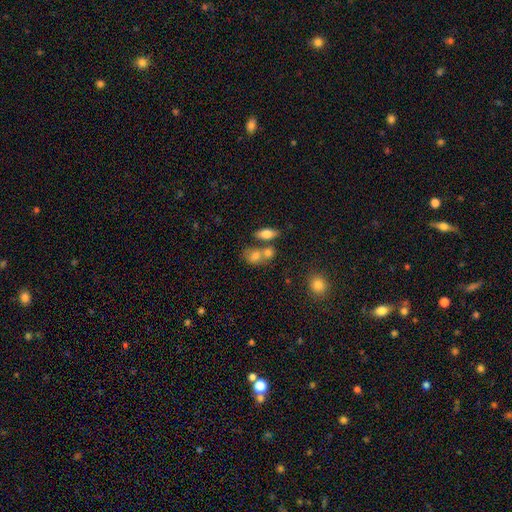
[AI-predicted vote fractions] Smooth or featured? smooth (71%)
How rounded? in between (61%)
Merging? merger (44%)